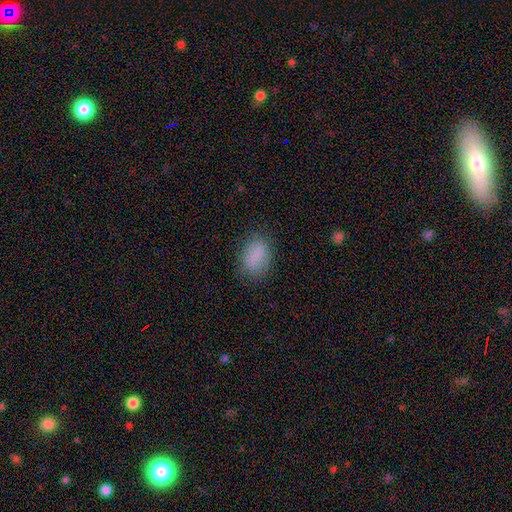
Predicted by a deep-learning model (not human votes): Smooth or featured? Predicted: smooth (p=0.79). How rounded? Predicted: in between (p=0.81). Merging? Predicted: none (p=0.78).